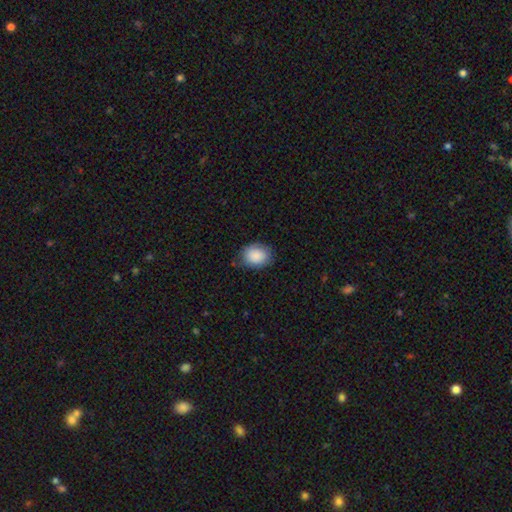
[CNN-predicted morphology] The model was most divided on "how rounded": in between: 58%, round: 41%, cigar-shaped: 1%. More confident: smooth or featured — smooth (89%); merging — none (79%).